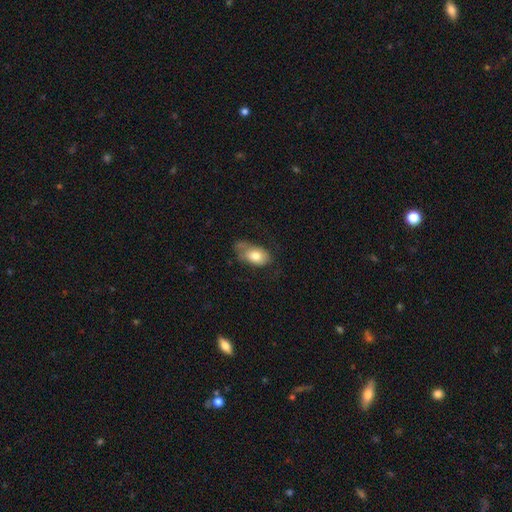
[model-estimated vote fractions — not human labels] A smooth galaxy with no disk features (74%) that is in between round and cigar-shaped (91%).

Vote fractions:
- Smooth or featured? smooth: 74% / featured or disk: 19% / star or artifact: 7%
- How rounded? in between: 91% / round: 7% / cigar-shaped: 2%
- Merging? none: 39% / minor disturbance: 34% / major disturbance: 23% / merger: 4%